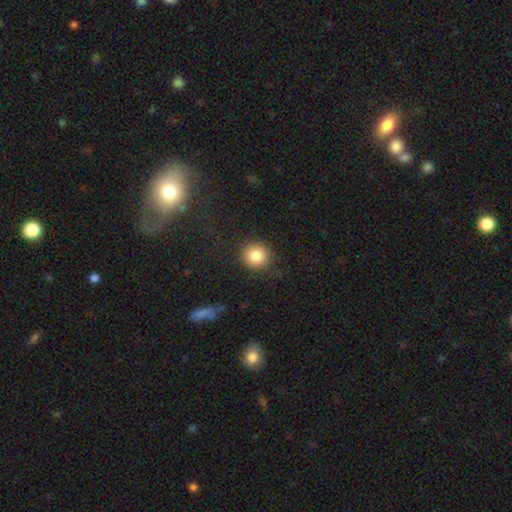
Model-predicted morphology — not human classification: Smooth or featured?
  - smooth: 85% *
  - star or artifact: 9%
  - featured or disk: 6%
How rounded?
  - round: 90% *
  - in between: 9%
  - cigar-shaped: 1%
Merging?
  - none: 88% *
  - minor disturbance: 8%
  - major disturbance: 3%
  - merger: 1%